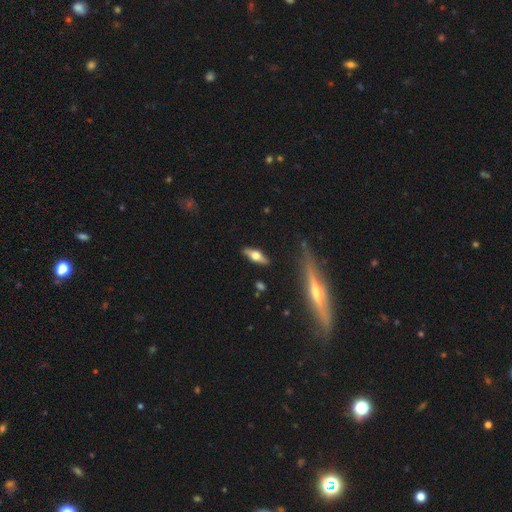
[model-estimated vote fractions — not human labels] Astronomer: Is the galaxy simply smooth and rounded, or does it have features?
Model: featured or disk — 54% (runner-up: smooth, 39%).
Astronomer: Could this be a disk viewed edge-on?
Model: yes — 90%.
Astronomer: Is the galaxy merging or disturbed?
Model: none — 85%.